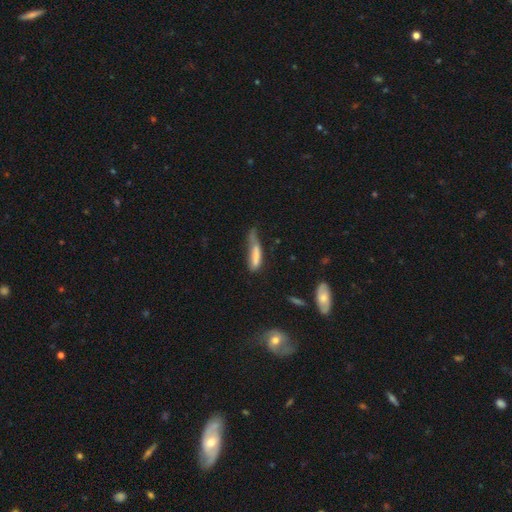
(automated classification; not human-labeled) smooth_or_featured: smooth (p=0.73) [alt: featured or disk p=0.20]
how_rounded: cigar-shaped (p=0.72) [alt: in between p=0.26]
merging: minor disturbance (p=0.38) [alt: major disturbance p=0.31]